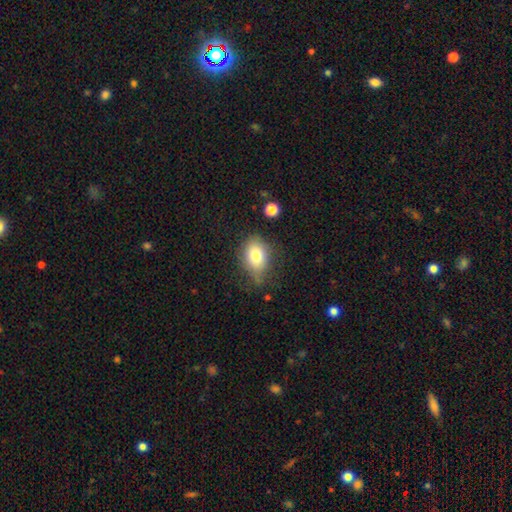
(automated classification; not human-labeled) Smooth or featured: smooth — 77% (featured or disk — 14%)
How rounded: in between — 69% (round — 29%)
Merging: none — 59% (minor disturbance — 28%)